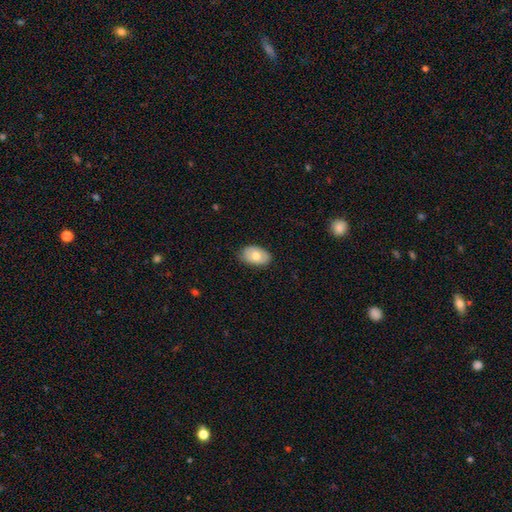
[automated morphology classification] Overall: smooth (68%). How rounded: in between (89%). Merging: none (79%).